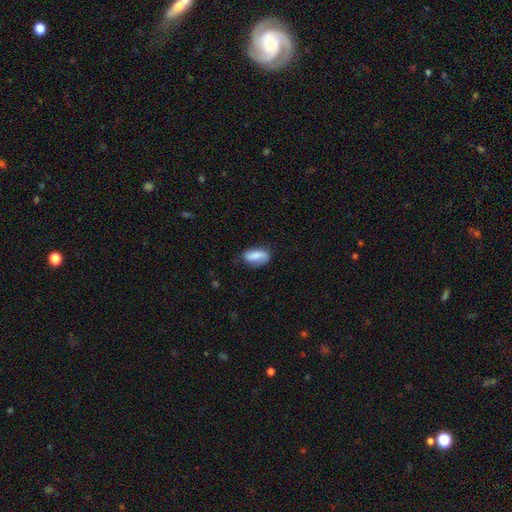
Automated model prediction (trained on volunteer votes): This is likely a smooth galaxy (69%). How rounded: clearly in between (90%). Merging: likely none (64%).